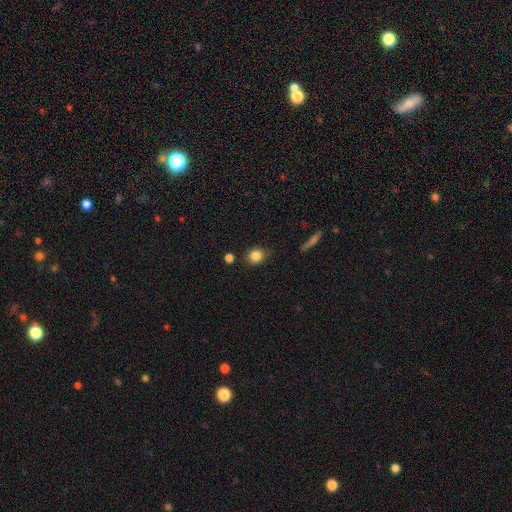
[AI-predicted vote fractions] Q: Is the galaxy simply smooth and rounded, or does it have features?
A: smooth — 84%.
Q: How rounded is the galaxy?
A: round — 77%.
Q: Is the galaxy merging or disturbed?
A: none — 77%.